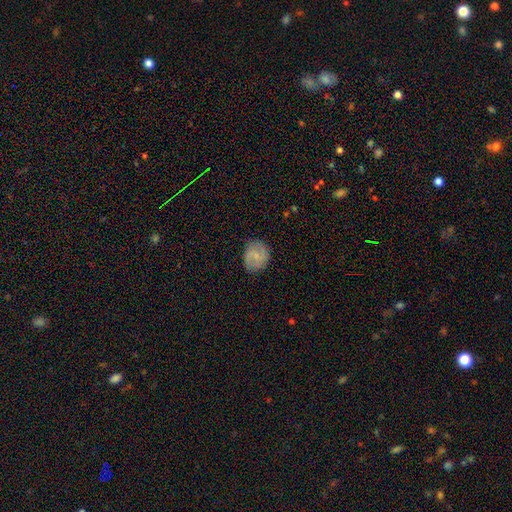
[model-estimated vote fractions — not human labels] Smooth or featured? Predicted: smooth (p=0.48). Merging? Predicted: none (p=0.80).